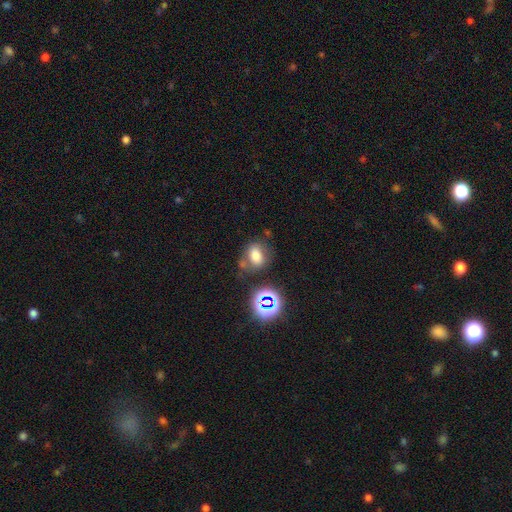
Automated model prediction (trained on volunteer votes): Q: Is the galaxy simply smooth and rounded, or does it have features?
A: smooth — 68%.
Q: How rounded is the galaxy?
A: in between — 63%.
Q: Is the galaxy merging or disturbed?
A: none — 60%.